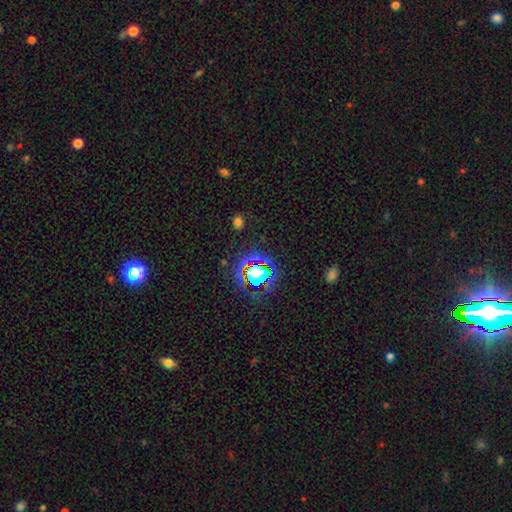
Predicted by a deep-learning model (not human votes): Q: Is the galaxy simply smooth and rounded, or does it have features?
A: star or artifact — 80%.